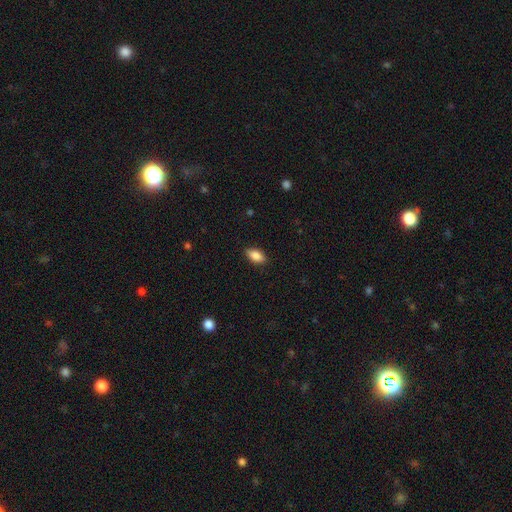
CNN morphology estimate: smooth-or-featured: smooth: 87% | star or artifact: 7% | featured or disk: 6%
  how-rounded: in between: 91% | cigar-shaped: 6% | round: 4%
  merging: none: 88% | minor disturbance: 9% | major disturbance: 2% | merger: 1%